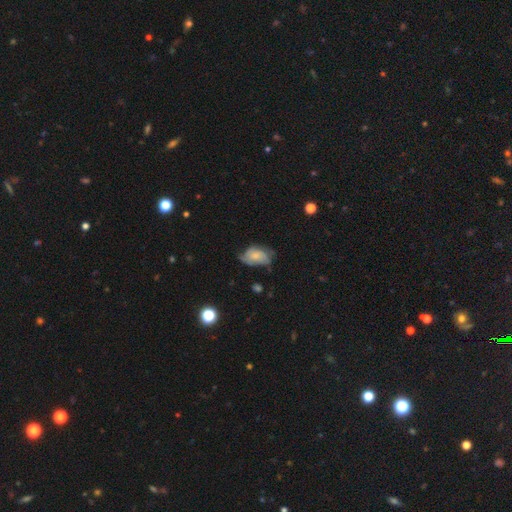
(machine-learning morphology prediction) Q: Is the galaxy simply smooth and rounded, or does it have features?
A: smooth — 58%.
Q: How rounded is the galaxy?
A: in between — 88%.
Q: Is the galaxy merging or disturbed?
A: none — 46%.